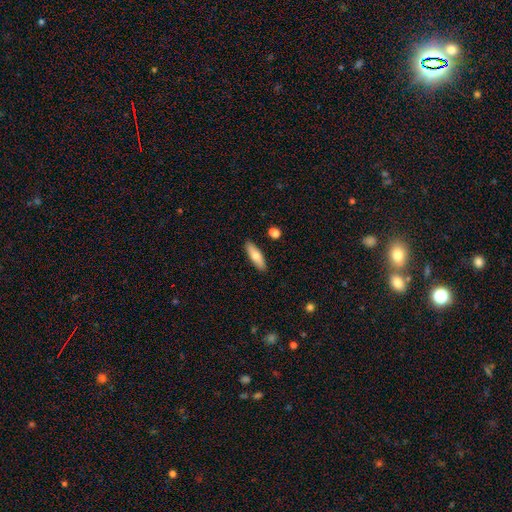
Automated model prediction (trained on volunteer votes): smooth 73%, featured or disk 21%, star or artifact 6%. Down the decision tree: how rounded — in between (50%); merging — none (88%).